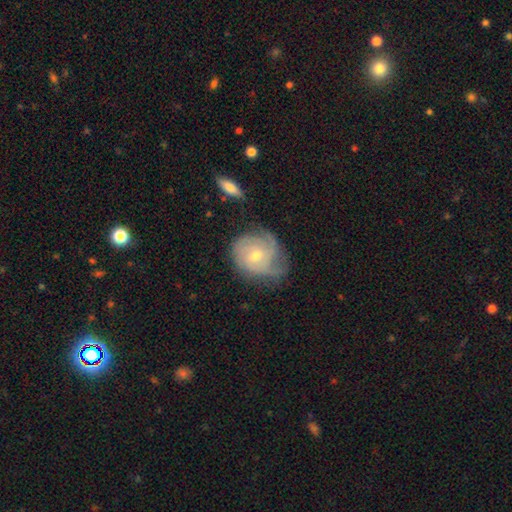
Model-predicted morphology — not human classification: type=featured or disk (70%); edge-on=no (97%); bar=no (66%); spiral arms=yes (89%); winding=tight (56%); arm count=can't tell (37%); bulge=small (51%); merging=none (56%).